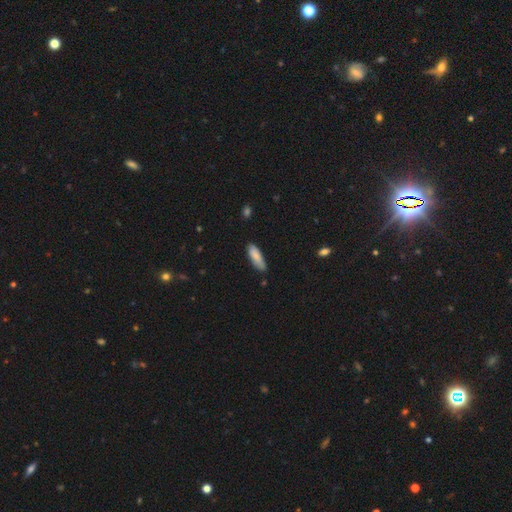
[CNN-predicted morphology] smooth-or-featured: smooth: 81% | featured or disk: 13% | star or artifact: 6%
  how-rounded: in between: 54% | cigar-shaped: 45% | round: 2%
  merging: none: 76% | minor disturbance: 20% | major disturbance: 3% | merger: 2%